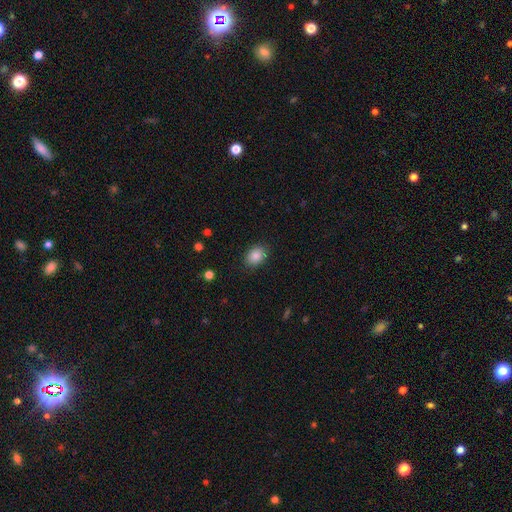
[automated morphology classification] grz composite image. It shows a smooth galaxy with no disk features (87%) that is in between round and cigar-shaped (68%). Merging: none (86%).